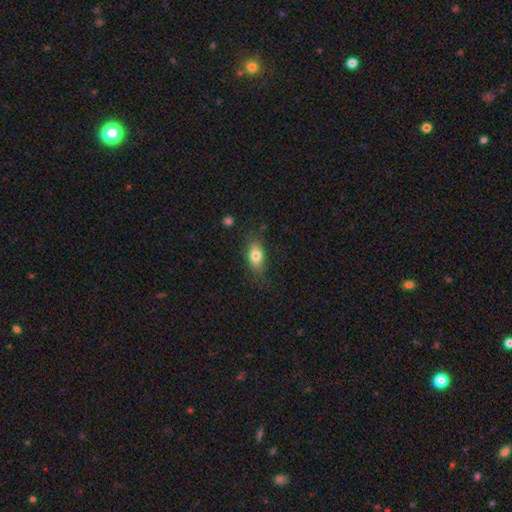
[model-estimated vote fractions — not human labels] This is likely a smooth galaxy (79%). How rounded: clearly in between (83%). Merging: likely none (76%).